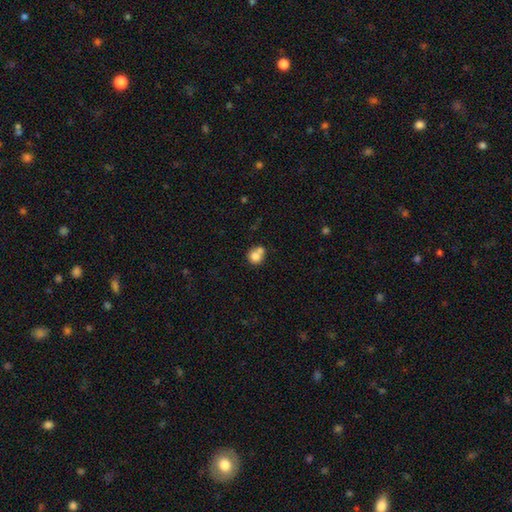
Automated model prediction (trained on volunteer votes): smooth_or_featured: smooth (p=0.78) [alt: featured or disk p=0.13]
how_rounded: round (p=0.82) [alt: in between p=0.17]
merging: merger (p=0.45) [alt: none p=0.40]